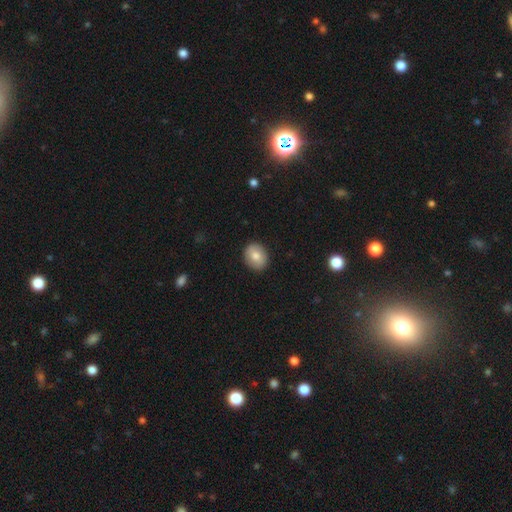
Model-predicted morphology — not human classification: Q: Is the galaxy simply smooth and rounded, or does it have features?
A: smooth — 77%.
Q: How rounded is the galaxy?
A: round — 65%.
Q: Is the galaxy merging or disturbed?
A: none — 90%.